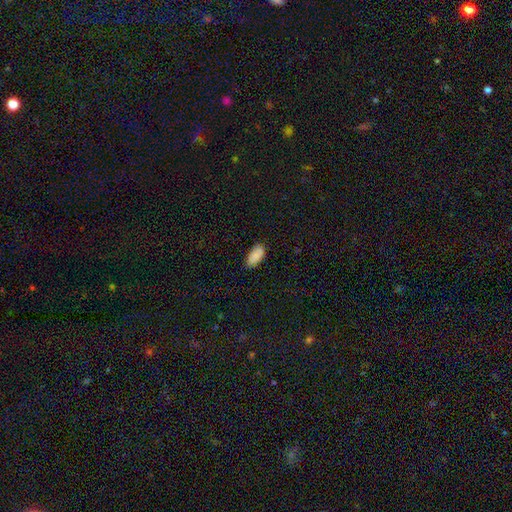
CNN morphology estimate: This is clearly a smooth galaxy (89%). How rounded: clearly in between (92%). Merging: likely none (80%).